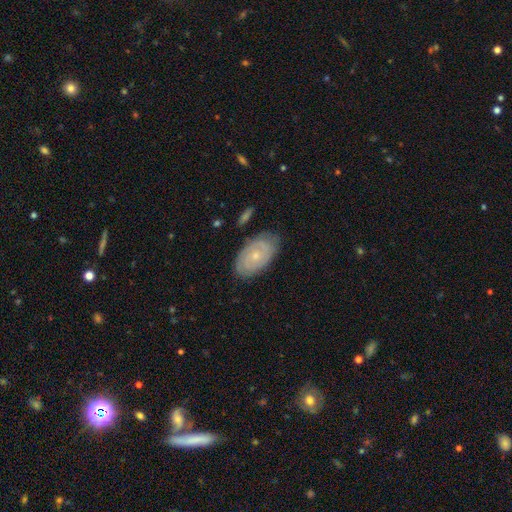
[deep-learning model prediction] featured or disk 64%, smooth 29%, star or artifact 6%. Down the decision tree: edge-on disk — no (94%); bar — no (83%); spiral arms — yes (75%); bulge size — small (70%); merging — none (78%).